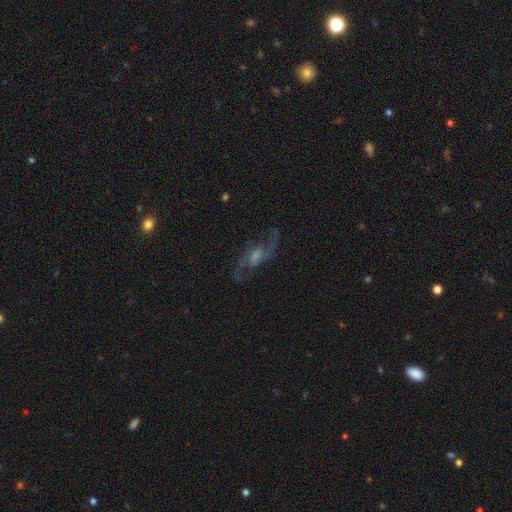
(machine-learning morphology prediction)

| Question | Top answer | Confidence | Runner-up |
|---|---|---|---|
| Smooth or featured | featured or disk | 83% | star or artifact (9%) |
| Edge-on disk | no | 94% | yes (6%) |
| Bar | weak | 45% | no (43%) |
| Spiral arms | yes | 95% | no (5%) |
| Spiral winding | loose | 57% | medium (36%) |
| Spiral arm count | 2 | 91% | can't tell (3%) |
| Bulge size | moderate | 43% | small (35%) |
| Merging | none | 75% | minor disturbance (14%) |